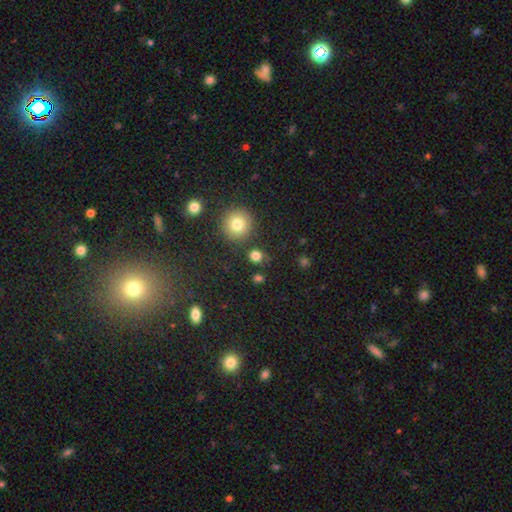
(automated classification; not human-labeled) This is likely a smooth galaxy (79%). How rounded: clearly round (83%). Merging: clearly none (80%).